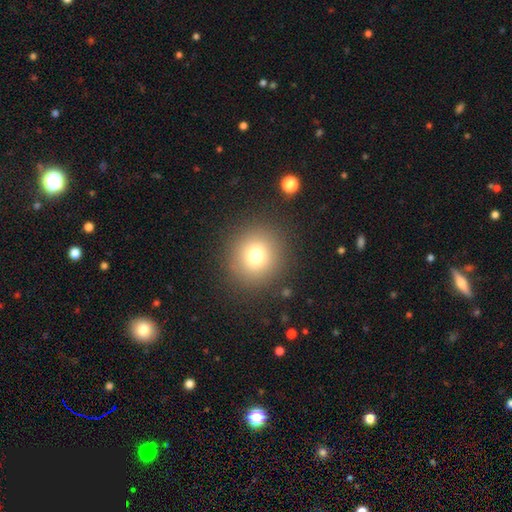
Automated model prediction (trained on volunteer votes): This appears to be a smooth galaxy with no disk features (74%) that is round (91%). Merging: none (89%).